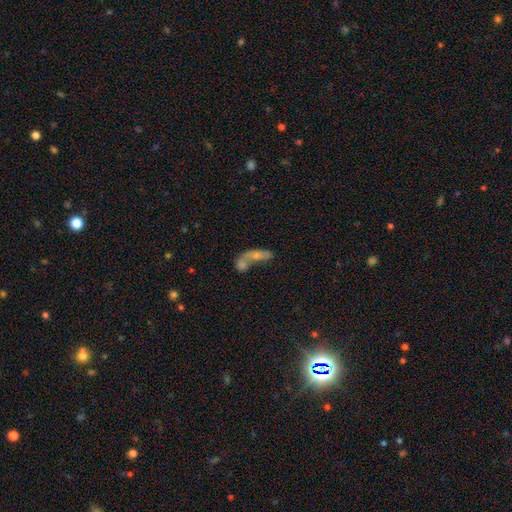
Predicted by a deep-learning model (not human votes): smooth_or_featured: smooth (p=0.58) [alt: featured or disk p=0.31]
how_rounded: in between (p=0.63) [alt: cigar-shaped p=0.29]
merging: merger (p=0.66) [alt: none p=0.17]